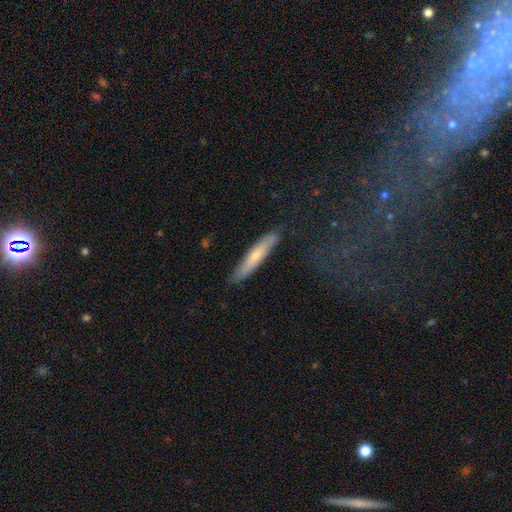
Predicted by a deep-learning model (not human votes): Q: Smooth or featured?
A: smooth (62%); runner-up: featured or disk (32%)
Q: How rounded?
A: cigar-shaped (90%); runner-up: in between (9%)
Q: Merging?
A: none (85%); runner-up: minor disturbance (12%)